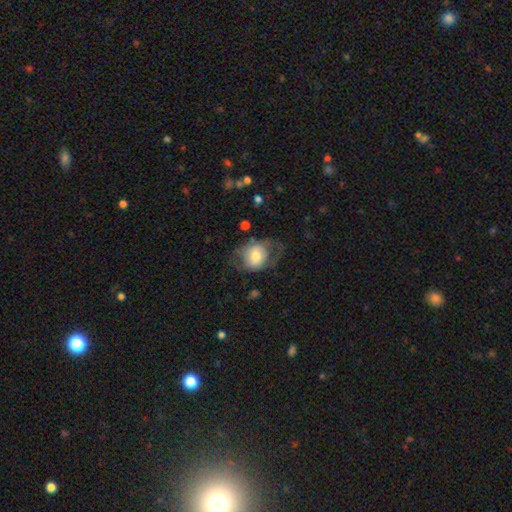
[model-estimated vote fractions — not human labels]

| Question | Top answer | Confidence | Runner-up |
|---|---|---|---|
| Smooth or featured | smooth | 57% | featured or disk (36%) |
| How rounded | in between | 51% | round (48%) |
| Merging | none | 46% | major disturbance (27%) |